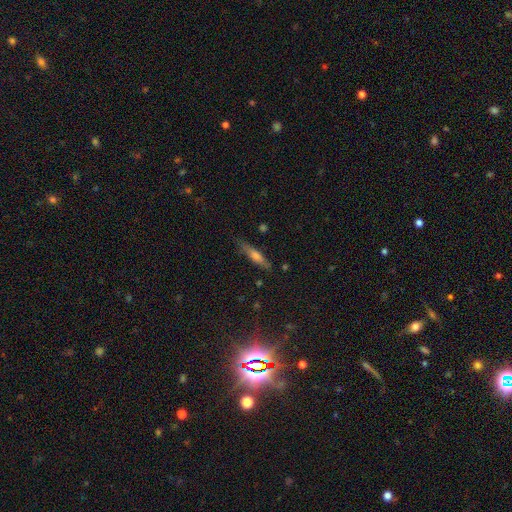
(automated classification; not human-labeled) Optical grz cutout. It shows a smooth galaxy with no disk features (49%). Merging: none (79%).